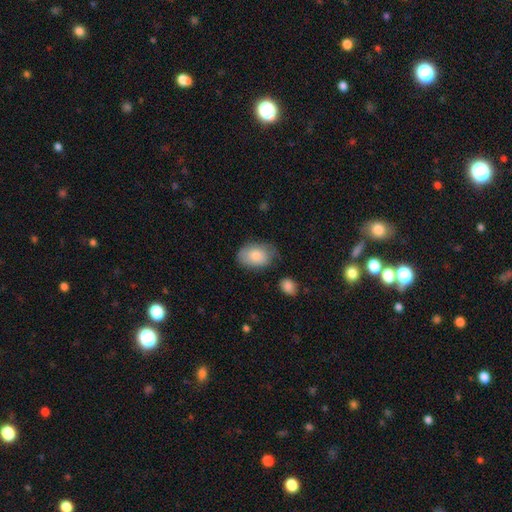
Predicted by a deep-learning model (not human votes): A smooth galaxy with no disk features (80%) that is in between round and cigar-shaped (85%). Merging: none (63%).